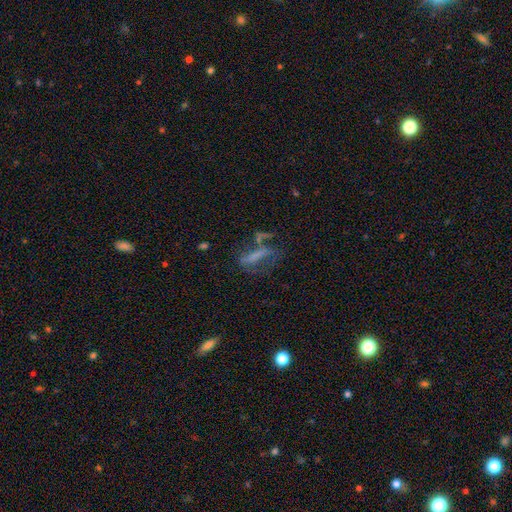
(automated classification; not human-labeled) The model was most divided on "smooth or featured": smooth: 42%, featured or disk: 40%, star or artifact: 18%. Remaining: merging — none (37%).